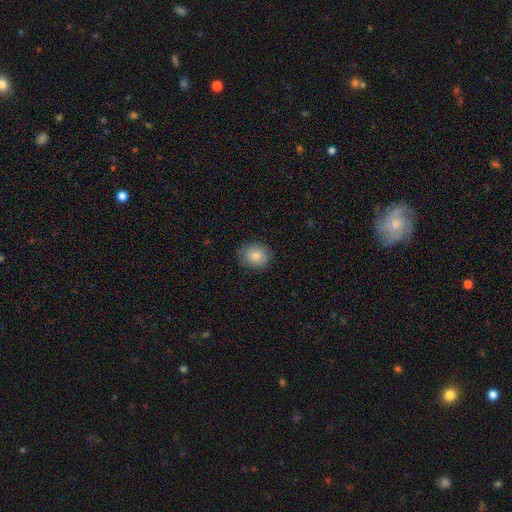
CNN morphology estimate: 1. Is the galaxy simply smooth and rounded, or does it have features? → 82% smooth, 9% star or artifact, 9% featured or disk.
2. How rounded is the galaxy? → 78% round, 21% in between, 1% cigar-shaped.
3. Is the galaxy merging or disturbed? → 87% none, 10% minor disturbance, 2% major disturbance, 1% merger.